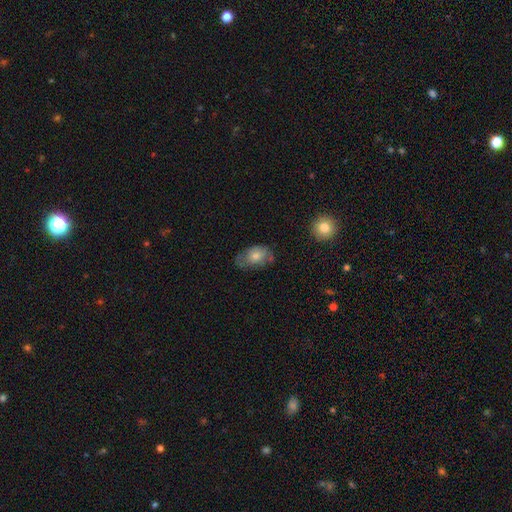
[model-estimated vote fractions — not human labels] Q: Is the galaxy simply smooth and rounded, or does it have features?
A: smooth — 65%.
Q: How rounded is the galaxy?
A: in between — 87%.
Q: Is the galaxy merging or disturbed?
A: none — 54%.